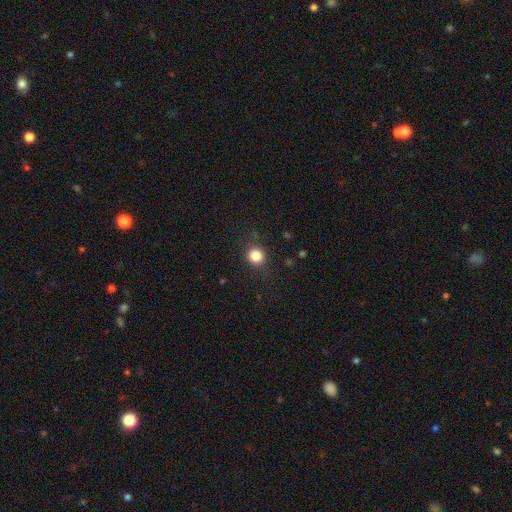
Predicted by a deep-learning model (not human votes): This appears to be a smooth galaxy with no disk features (83%) that is round (89%). Merging: none (86%).